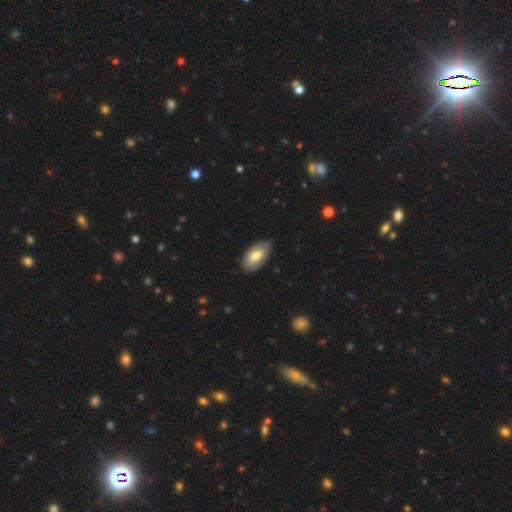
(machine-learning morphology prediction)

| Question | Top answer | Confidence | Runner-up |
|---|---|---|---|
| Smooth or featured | smooth | 72% | featured or disk (22%) |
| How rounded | in between | 95% | round (3%) |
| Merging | none | 85% | minor disturbance (12%) |